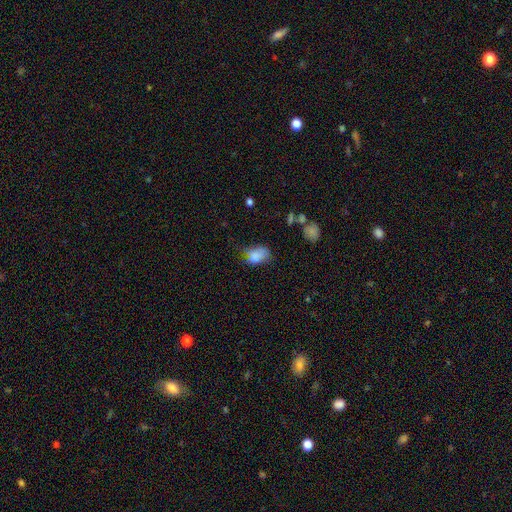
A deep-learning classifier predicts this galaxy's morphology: smooth 81%, star or artifact 10%, featured or disk 9%. Down the decision tree: how rounded — in between (83%); merging — none (40%).